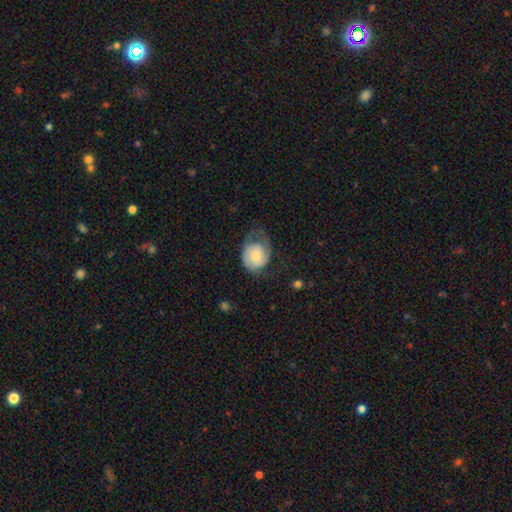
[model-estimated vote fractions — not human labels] smooth-or-featured: featured or disk: 53% | smooth: 41% | star or artifact: 6%
  disk-edge-on: no: 97% | yes: 3%
    bar: no: 72% | weak: 24% | strong: 4%
    has-spiral-arms: yes: 82% | no: 18%
    bulge-size: moderate: 53% | small: 28% | large: 12% | none: 5% | dominant: 2%
  merging: none: 39% | minor disturbance: 32% | major disturbance: 28% | merger: 1%